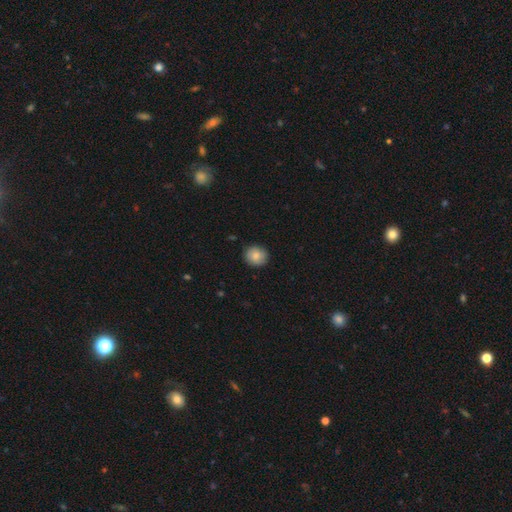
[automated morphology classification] Smooth or featured? smooth (82%)
How rounded? round (84%)
Merging? none (88%)